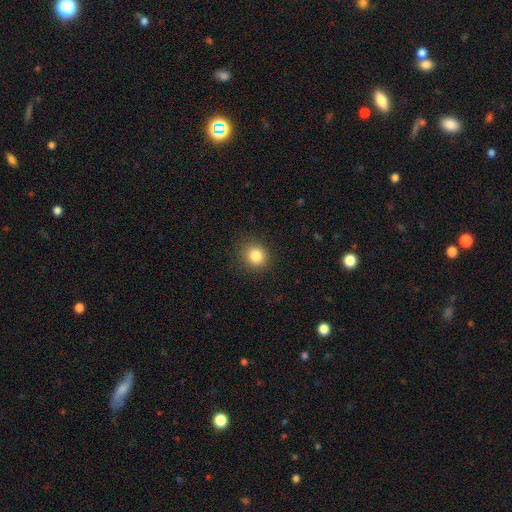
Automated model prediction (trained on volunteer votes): Morphology: type=smooth (83%); roundness=round (83%); merging=none (89%).